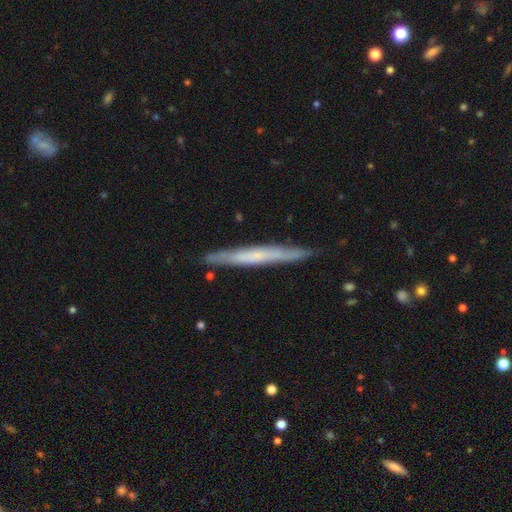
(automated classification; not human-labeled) The model was most divided on "smooth or featured": featured or disk: 51%, smooth: 43%, star or artifact: 6%. More confident: edge-on disk — yes (94%); merging — none (86%).